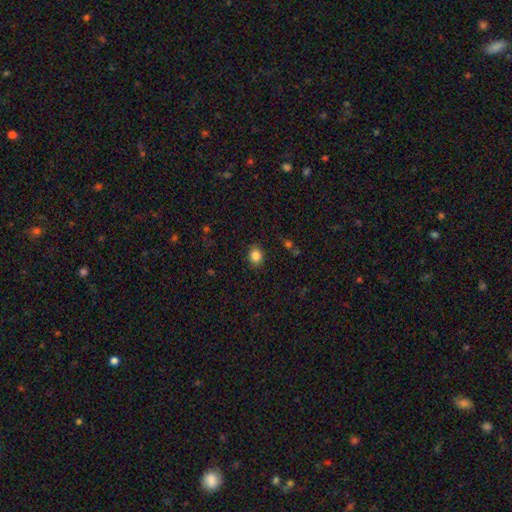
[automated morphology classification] A smooth galaxy with no disk features (85%) that is round (70%).

Vote fractions:
- Smooth or featured? smooth: 85% / star or artifact: 11% / featured or disk: 4%
- How rounded? round: 70% / in between: 29% / cigar-shaped: 1%
- Merging? none: 87% / minor disturbance: 9% / major disturbance: 3% / merger: 1%